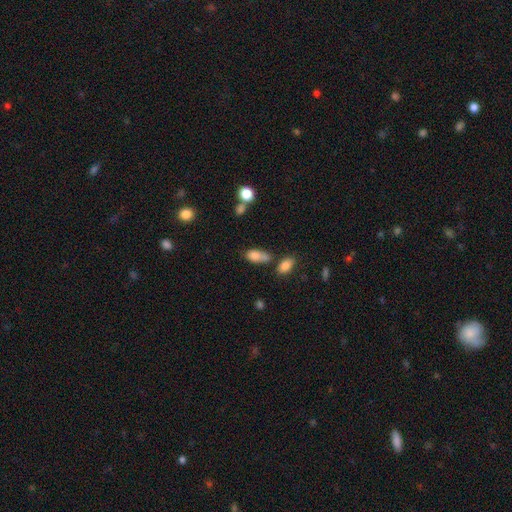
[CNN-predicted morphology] smooth-or-featured: smooth: 81% | featured or disk: 10% | star or artifact: 9%
  how-rounded: in between: 85% | round: 8% | cigar-shaped: 7%
  merging: none: 38% | merger: 30% | minor disturbance: 22% | major disturbance: 10%